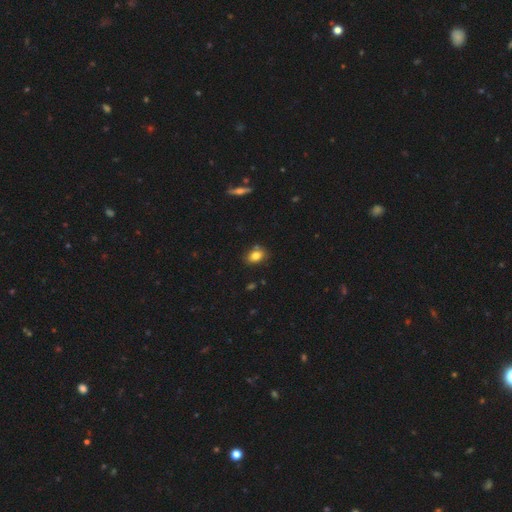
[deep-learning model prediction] smooth_or_featured: smooth (p=0.82) [alt: star or artifact p=0.10]
how_rounded: in between (p=0.76) [alt: round p=0.22]
merging: none (p=0.76) [alt: minor disturbance p=0.16]